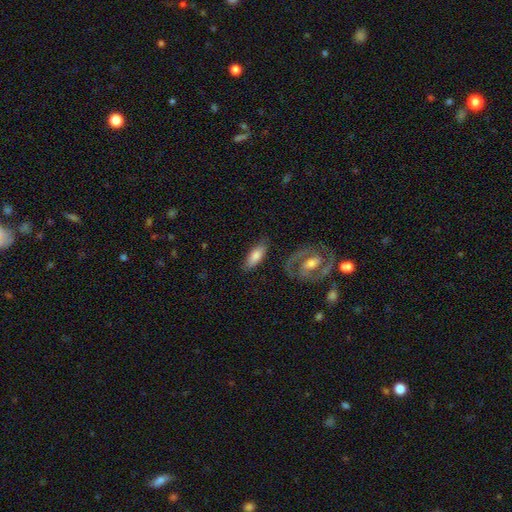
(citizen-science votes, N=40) smooth_or_featured: smooth (p=0.70) [alt: featured or disk p=0.28]
how_rounded: in between (p=0.71) [alt: cigar-shaped p=0.29]
merging: none (p=0.87) [alt: minor disturbance p=0.08]